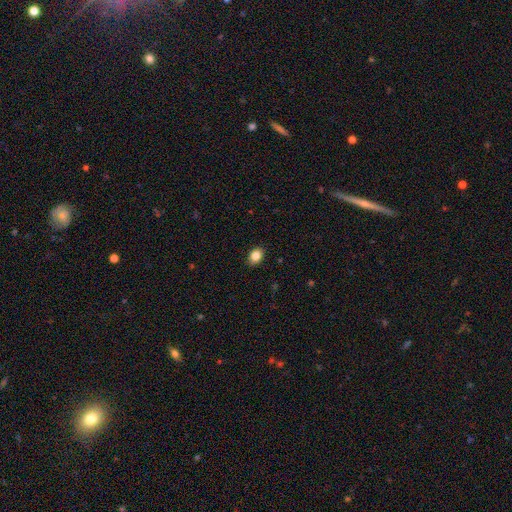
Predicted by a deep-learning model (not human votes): Overall: smooth (85%). How rounded: in between (73%). Merging: none (88%).